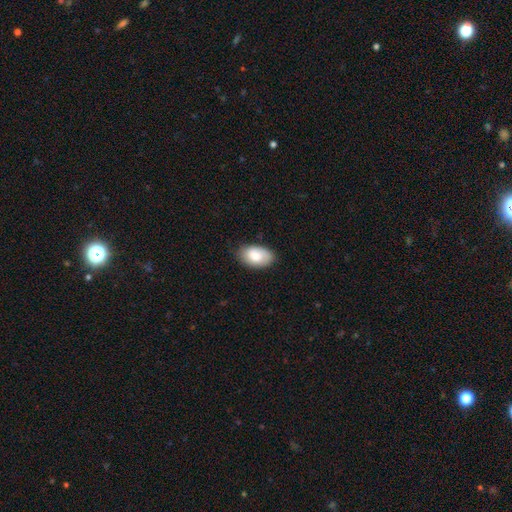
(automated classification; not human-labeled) smooth_or_featured: smooth (p=0.78) [alt: featured or disk p=0.16]
how_rounded: in between (p=0.92) [alt: round p=0.06]
merging: none (p=0.77) [alt: minor disturbance p=0.19]